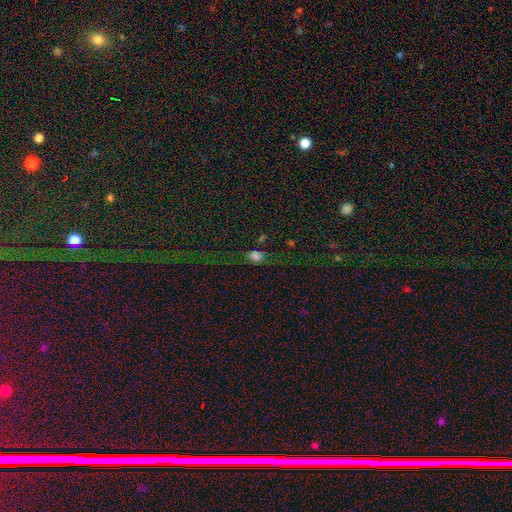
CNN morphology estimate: A smooth galaxy with no disk features (76%) that is in between round and cigar-shaped (61%).

Vote fractions:
- Smooth or featured? smooth: 76% / star or artifact: 19% / featured or disk: 5%
- How rounded? in between: 61% / round: 38% / cigar-shaped: 2%
- Merging? none: 70% / minor disturbance: 20% / major disturbance: 6% / merger: 4%